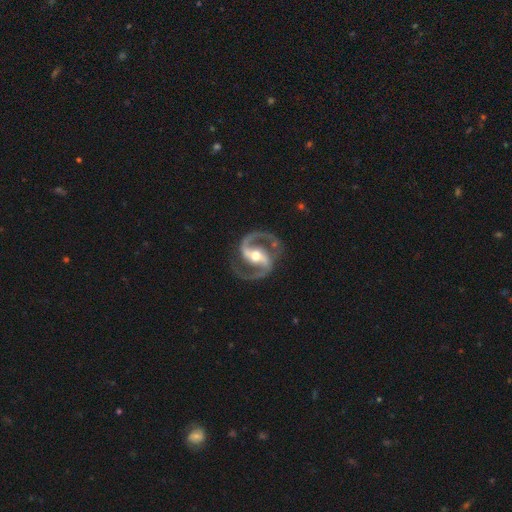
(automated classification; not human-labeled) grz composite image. It shows a featured or disk galaxy (94%) with a strong bar (53%), 2 (95%) medium (69%) spiral arms (98%) and a moderate central bulge (72%). Merging: none (84%).